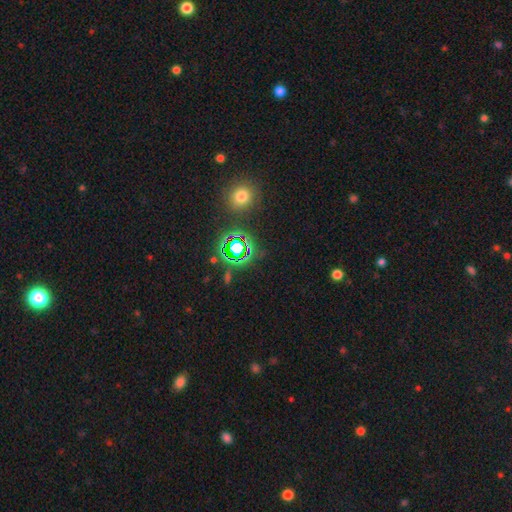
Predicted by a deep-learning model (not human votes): Morphology: type=star or artifact (54%).